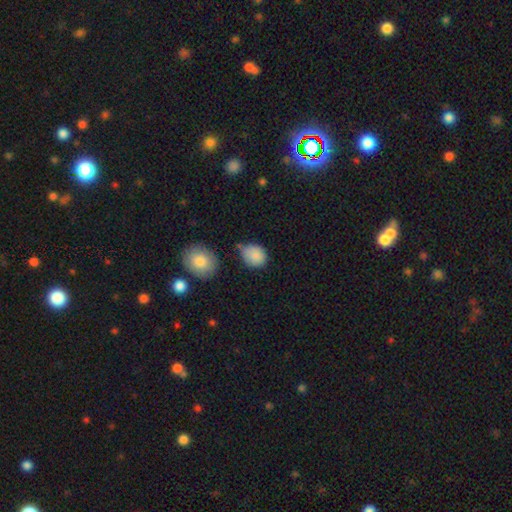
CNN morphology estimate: type=smooth (86%); roundness=round (51%); merging=none (59%).